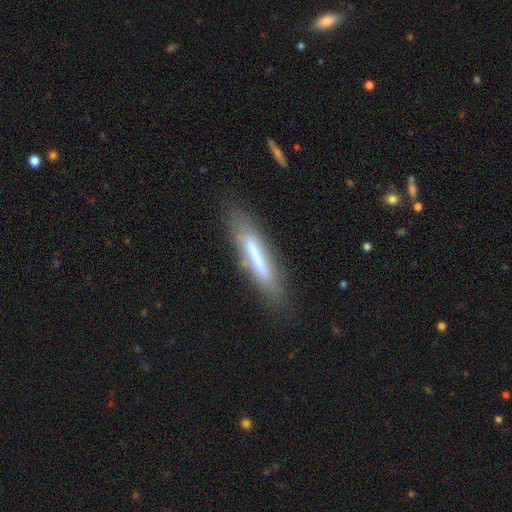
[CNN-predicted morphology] type=smooth (51%); roundness=cigar-shaped (88%); merging=none (73%).